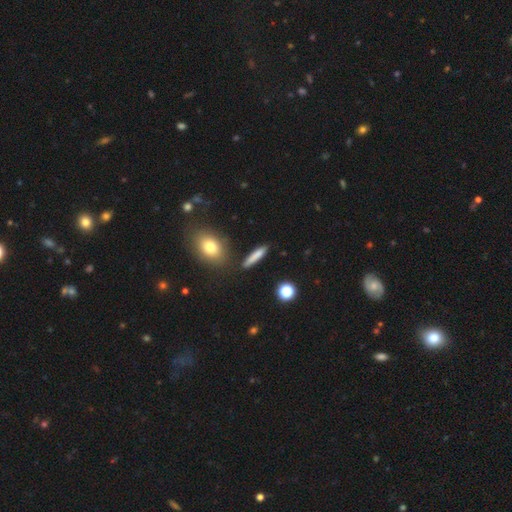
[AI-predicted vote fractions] Overall: smooth (77%). How rounded: cigar-shaped (86%). Merging: none (86%).